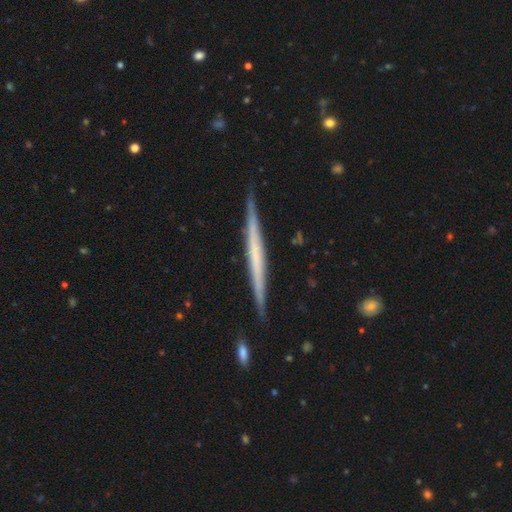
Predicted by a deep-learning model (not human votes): Smooth or featured? featured or disk (62%)
Edge-on disk? yes (98%)
Edge-on bulge? none (83%)
Merging? none (89%)